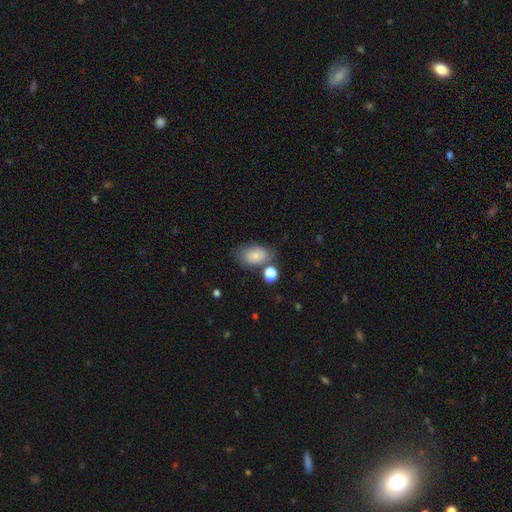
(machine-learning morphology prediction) smooth 79%, featured or disk 13%, star or artifact 8%. Down the decision tree: how rounded — in between (87%); merging — none (58%).